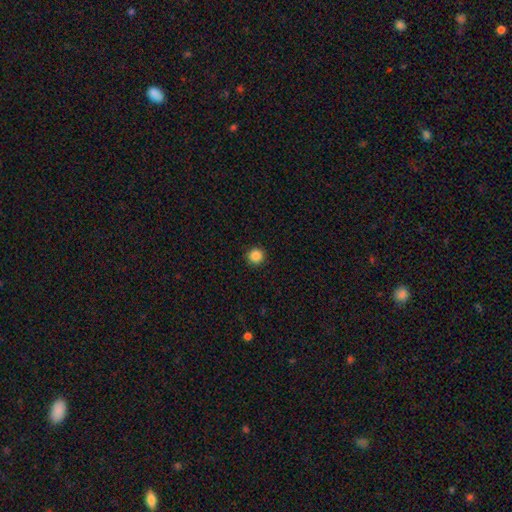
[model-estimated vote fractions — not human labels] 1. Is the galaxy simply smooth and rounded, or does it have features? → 87% smooth, 10% star or artifact, 3% featured or disk.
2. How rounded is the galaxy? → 95% round, 4% in between, 1% cigar-shaped.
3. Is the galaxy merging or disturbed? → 93% none, 5% minor disturbance, 2% major disturbance, 1% merger.